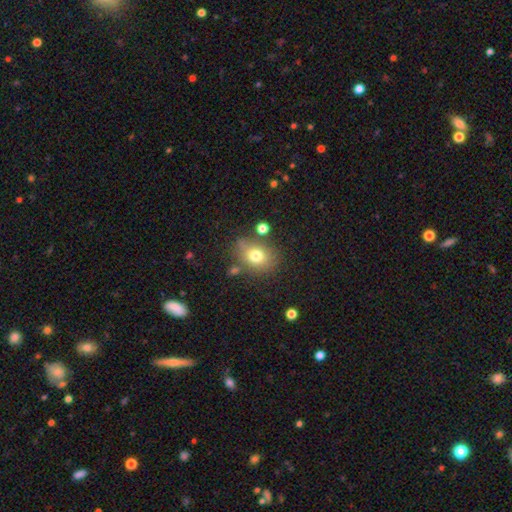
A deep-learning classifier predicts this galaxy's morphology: A smooth galaxy with no disk features (74%) that is in between round and cigar-shaped (51%).

Vote fractions:
- Smooth or featured? smooth: 74% / featured or disk: 14% / star or artifact: 12%
- How rounded? in between: 51% / round: 48% / cigar-shaped: 1%
- Merging? none: 69% / minor disturbance: 17% / merger: 7% / major disturbance: 6%